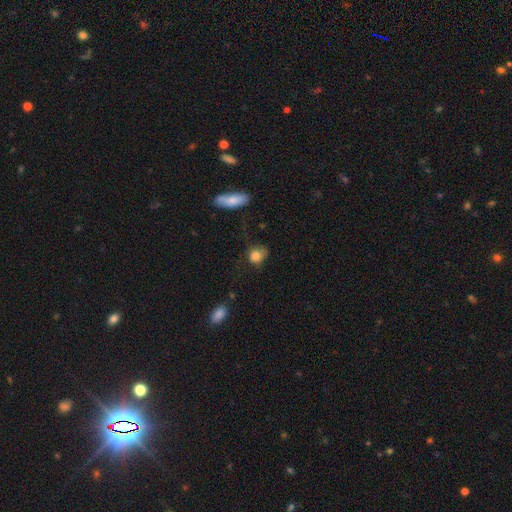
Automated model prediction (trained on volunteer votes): A smooth galaxy with no disk features (83%) that is round (57%). Merging: none (47%).